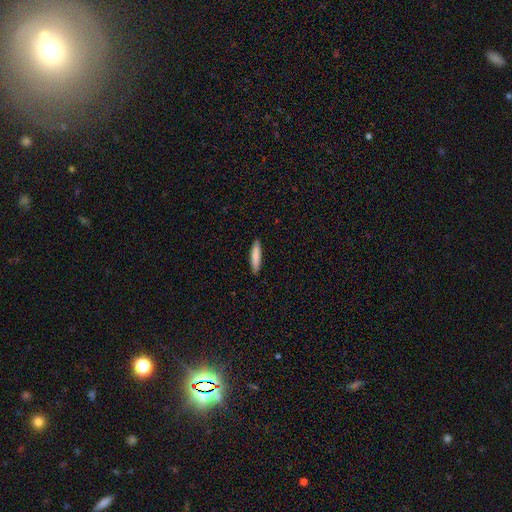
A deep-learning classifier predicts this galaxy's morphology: The model was most divided on "how rounded": cigar-shaped: 84%, in between: 15%, round: 1%. More confident: merging — none (90%); smooth or featured — smooth (85%).